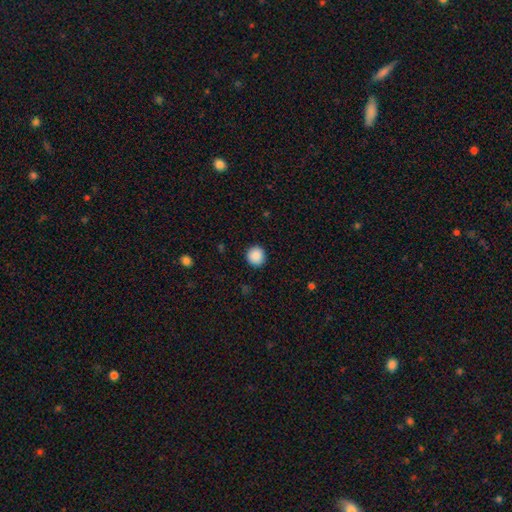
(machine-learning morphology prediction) smooth_or_featured: smooth (p=0.89) [alt: star or artifact p=0.09]
how_rounded: round (p=0.93) [alt: in between p=0.06]
merging: none (p=0.91) [alt: minor disturbance p=0.06]